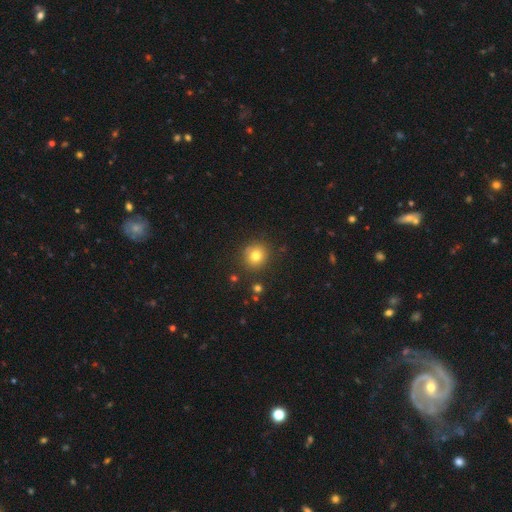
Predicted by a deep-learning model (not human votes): Smooth or featured?
  - smooth: 79% *
  - star or artifact: 13%
  - featured or disk: 8%
How rounded?
  - round: 88% *
  - in between: 11%
  - cigar-shaped: 1%
Merging?
  - none: 86% *
  - minor disturbance: 9%
  - merger: 3%
  - major disturbance: 3%